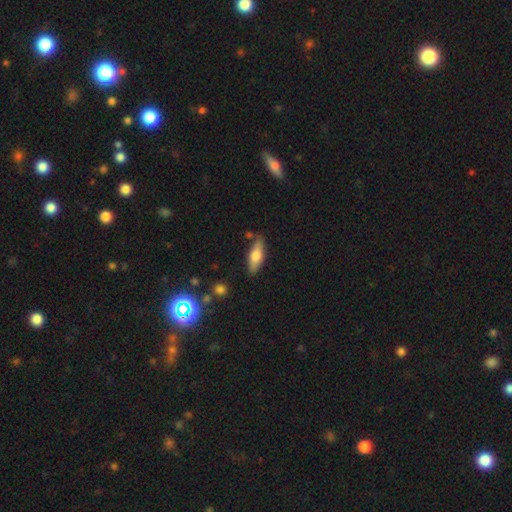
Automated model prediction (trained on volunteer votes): Smooth or featured? smooth (64%)
How rounded? in between (60%)
Merging? none (77%)